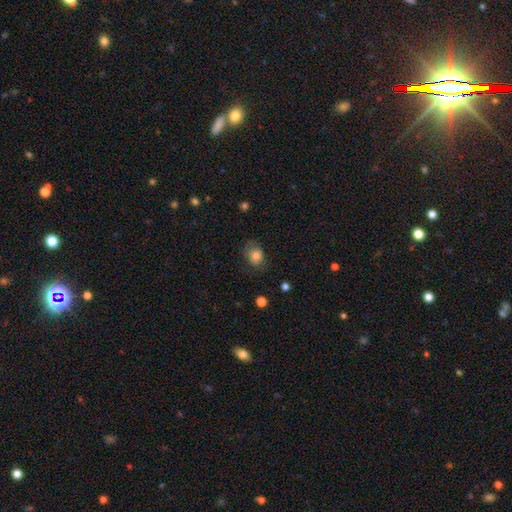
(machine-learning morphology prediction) Smooth or featured? Predicted: smooth (p=0.82). How rounded? Predicted: in between (p=0.53). Merging? Predicted: none (p=0.66).